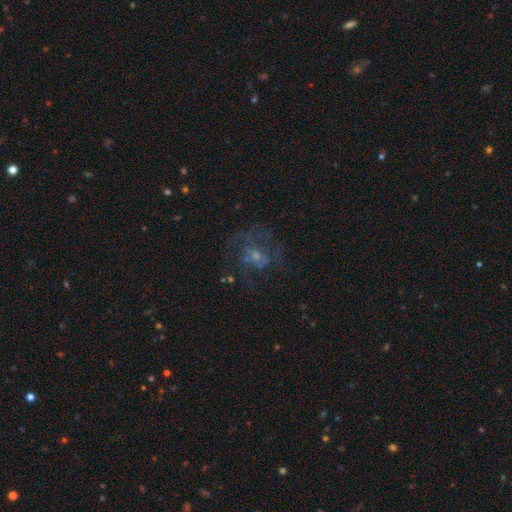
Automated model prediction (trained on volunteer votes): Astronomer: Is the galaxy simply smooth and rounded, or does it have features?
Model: featured or disk — 57%.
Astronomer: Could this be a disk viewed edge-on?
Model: no — 98%.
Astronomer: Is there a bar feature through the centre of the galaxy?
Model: no — 78%.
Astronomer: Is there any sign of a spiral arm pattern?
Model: yes — 53% (runner-up: no, 47%).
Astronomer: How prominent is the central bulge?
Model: small — 49% (runner-up: moderate, 35%).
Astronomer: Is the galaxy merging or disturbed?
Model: none — 52% (runner-up: major disturbance, 27%).